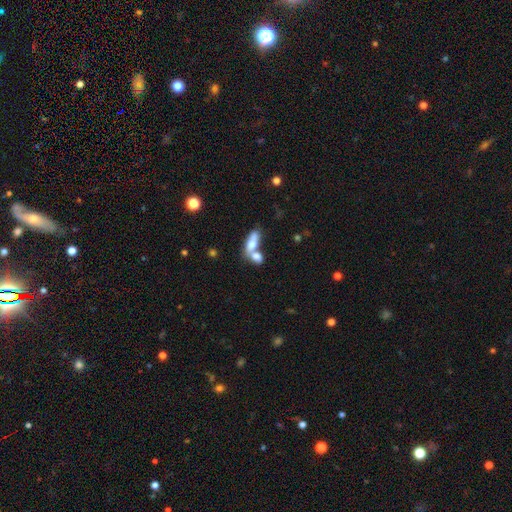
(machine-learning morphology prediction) smooth 66%, featured or disk 26%, star or artifact 9%. Down the decision tree: how rounded — in between (75%); merging — merger (70%).